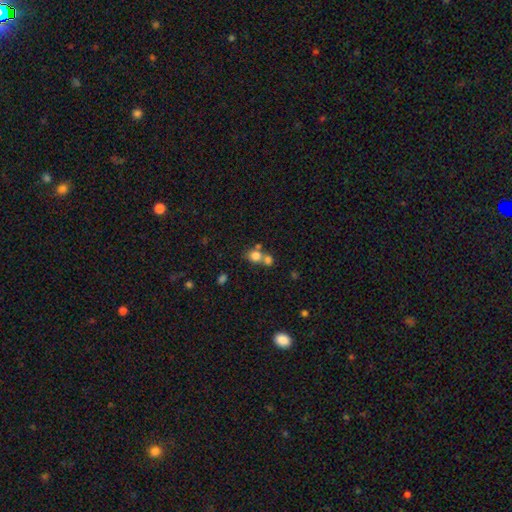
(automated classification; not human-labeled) Smooth or featured? Predicted: smooth (p=0.76). How rounded? Predicted: round (p=0.71). Merging? Predicted: merger (p=0.52).